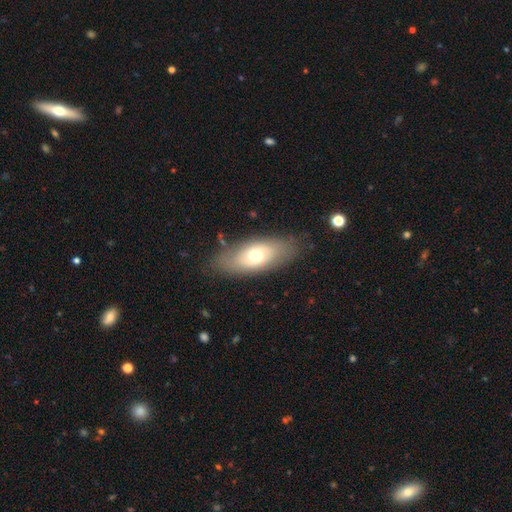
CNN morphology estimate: Smooth or featured? smooth (59%)
How rounded? in between (84%)
Merging? none (78%)